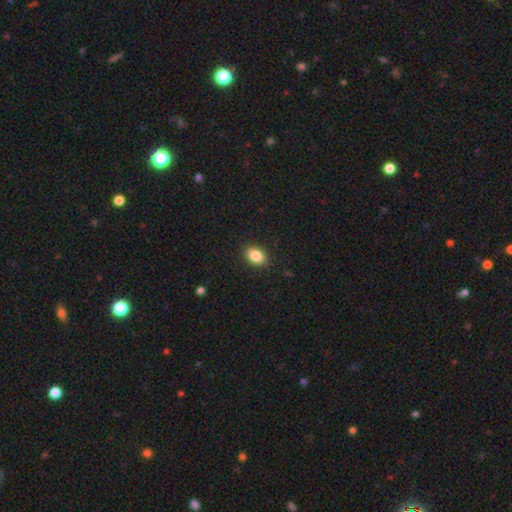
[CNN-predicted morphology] smooth_or_featured: smooth (p=0.86) [alt: star or artifact p=0.09]
how_rounded: in between (p=0.79) [alt: round p=0.20]
merging: none (p=0.89) [alt: minor disturbance p=0.08]